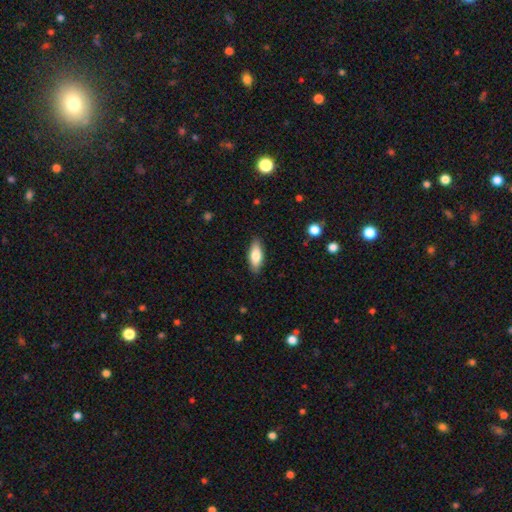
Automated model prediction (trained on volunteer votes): This is likely a smooth galaxy (75%). How rounded: likely in between (75%). Merging: clearly none (88%).